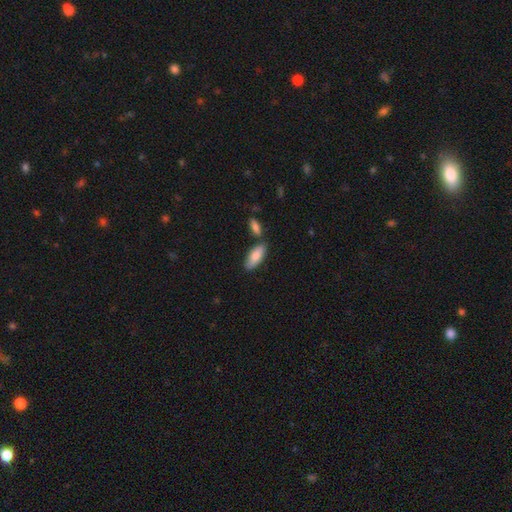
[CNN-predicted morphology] This appears to be a smooth galaxy with no disk features (84%) that is in between round and cigar-shaped (79%). Merging: none (72%).